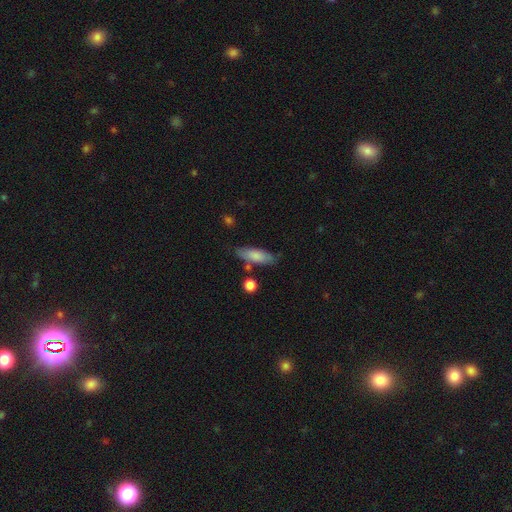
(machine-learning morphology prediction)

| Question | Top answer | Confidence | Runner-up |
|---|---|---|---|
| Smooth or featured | smooth | 80% | featured or disk (14%) |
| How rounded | in between | 58% | cigar-shaped (40%) |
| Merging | none | 76% | minor disturbance (15%) |